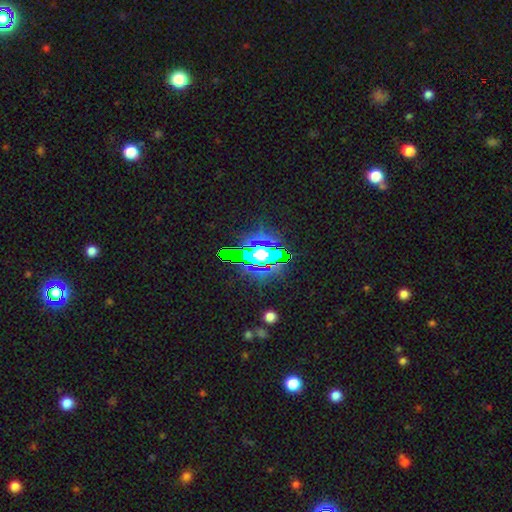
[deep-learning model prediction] Smooth or featured? Predicted: star or artifact (p=0.51).